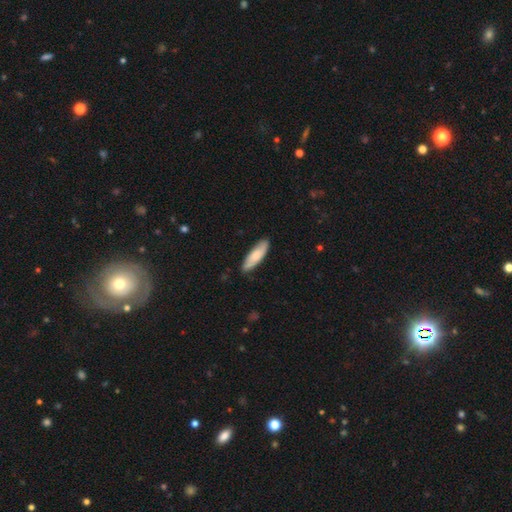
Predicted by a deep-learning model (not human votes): Overall: smooth (77%). How rounded: cigar-shaped (52%; in between 46%). Merging: none (85%).